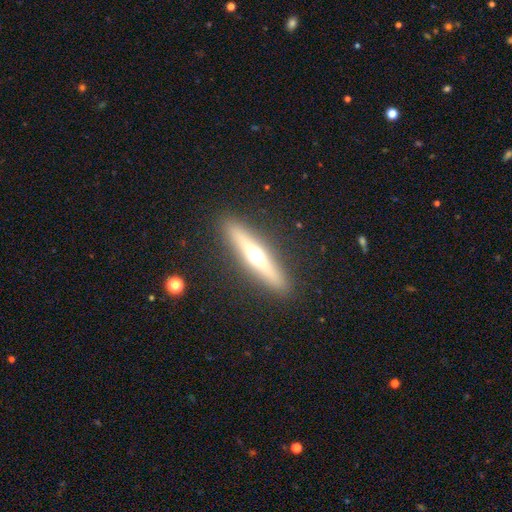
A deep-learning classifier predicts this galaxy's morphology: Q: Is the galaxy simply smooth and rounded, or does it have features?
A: featured or disk — 60%.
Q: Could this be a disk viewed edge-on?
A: yes — 94%.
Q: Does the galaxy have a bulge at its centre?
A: rounded — 93%.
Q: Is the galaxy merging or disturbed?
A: none — 91%.